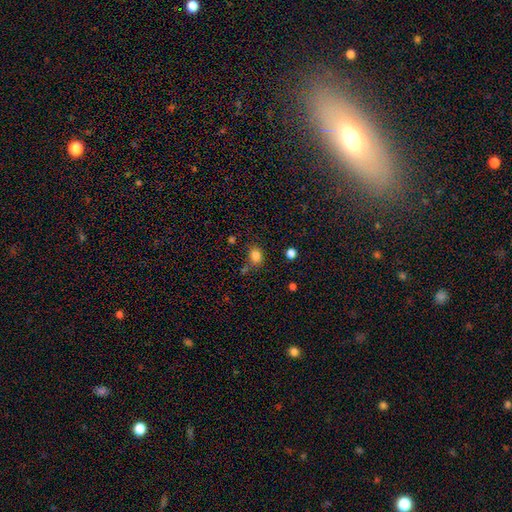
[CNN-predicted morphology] type=smooth (82%); roundness=round (63%); merging=none (70%).